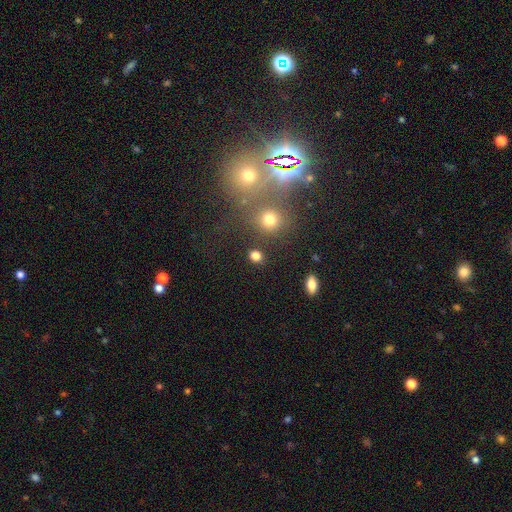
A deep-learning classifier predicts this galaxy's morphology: The model was most divided on "how rounded": round: 61%, in between: 37%, cigar-shaped: 2%. More confident: merging — none (83%); smooth or featured — smooth (79%).